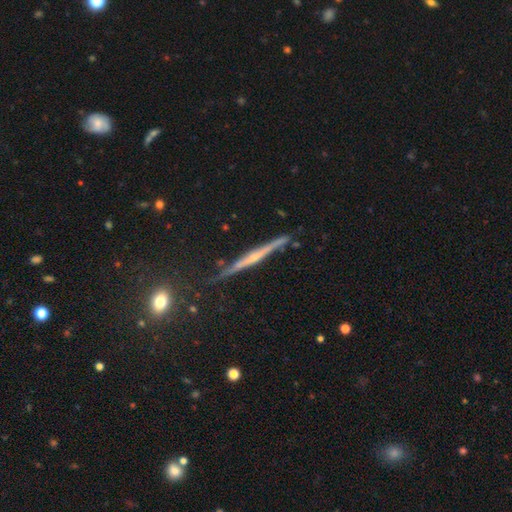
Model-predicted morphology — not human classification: smooth_or_featured: featured or disk (p=0.77) [alt: smooth p=0.15]
disk_edge_on: yes (p=0.97) [alt: no p=0.03]
edge_on_bulge: rounded (p=0.58) [alt: none p=0.34]
merging: none (p=0.83) [alt: minor disturbance p=0.12]